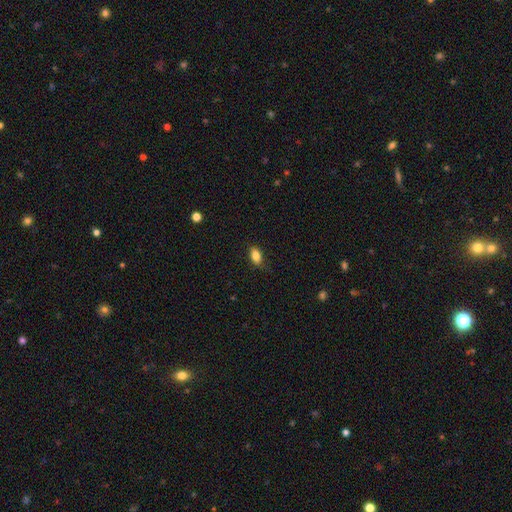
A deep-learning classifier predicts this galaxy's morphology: type=smooth (85%); roundness=in between (87%); merging=none (78%).